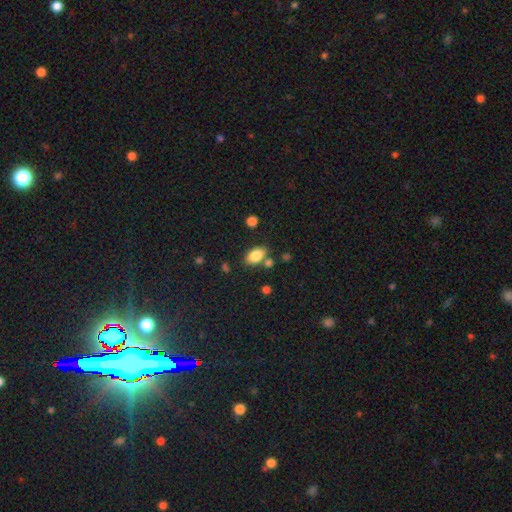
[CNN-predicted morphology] A smooth galaxy with no disk features (85%) that is in between round and cigar-shaped (90%). Merging: none (72%).